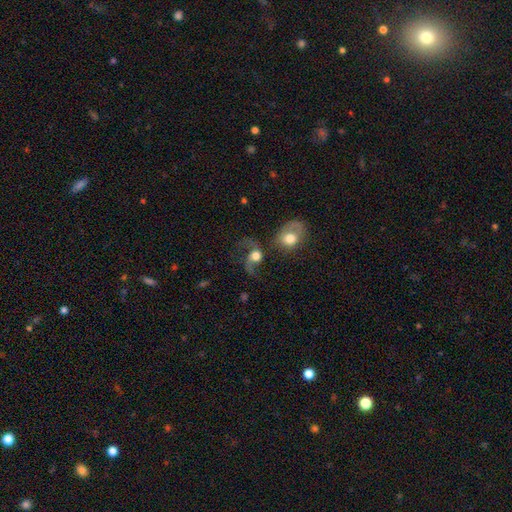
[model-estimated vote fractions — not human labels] smooth_or_featured: featured or disk (p=0.62) [alt: smooth p=0.28]
disk_edge_on: no (p=0.96) [alt: yes p=0.04]
bar: no (p=0.69) [alt: weak p=0.25]
has_spiral_arms: yes (p=0.85) [alt: no p=0.15]
spiral_winding: loose (p=0.79) [alt: medium p=0.18]
spiral_arm_count: 2 (p=0.85) [alt: 1 p=0.09]
bulge_size: large (p=0.43) [alt: moderate p=0.39]
merging: none (p=0.37) [alt: major disturbance p=0.24]